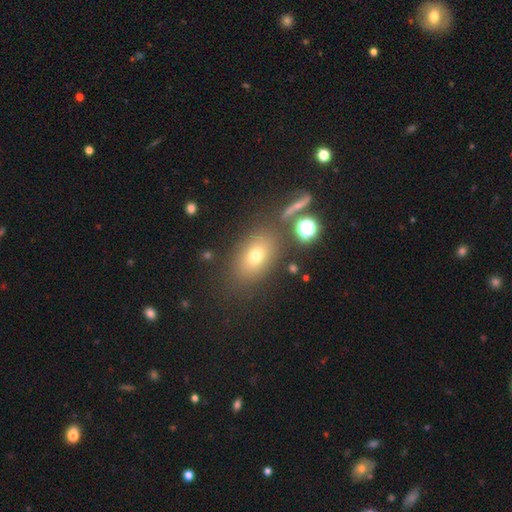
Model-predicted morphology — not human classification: This is likely a smooth galaxy (67%). How rounded: likely in between (76%). Merging: likely none (77%).